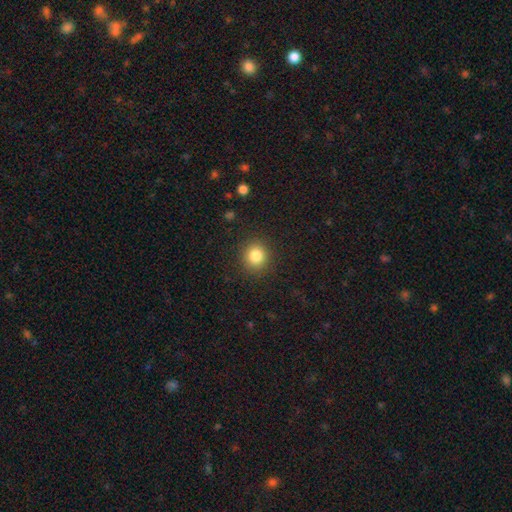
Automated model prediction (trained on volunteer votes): Morphology: type=smooth (83%); roundness=round (87%); merging=none (90%).